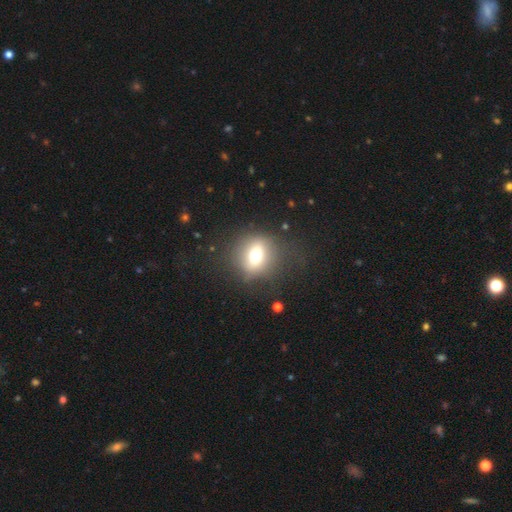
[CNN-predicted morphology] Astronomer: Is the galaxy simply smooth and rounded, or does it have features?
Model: smooth — 65%.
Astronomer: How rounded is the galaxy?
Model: round — 76%.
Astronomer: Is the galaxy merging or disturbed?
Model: none — 76%.